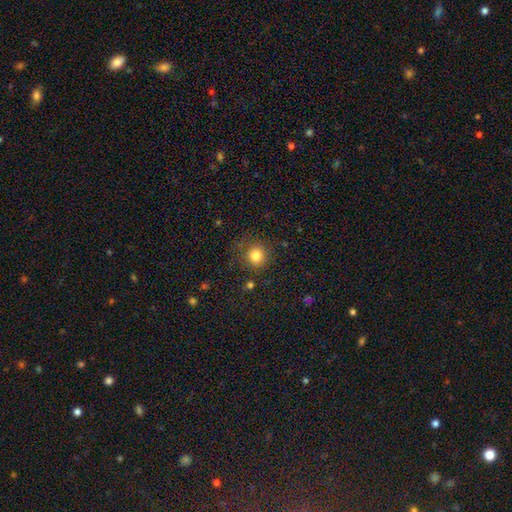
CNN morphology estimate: smooth 81%, star or artifact 13%, featured or disk 6%. Down the decision tree: how rounded — round (92%); merging — none (83%).